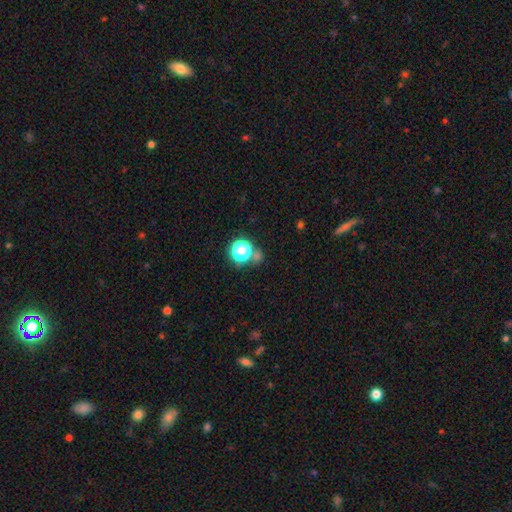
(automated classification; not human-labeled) smooth-or-featured: smooth: 51% | star or artifact: 42% | featured or disk: 8%
  how-rounded: round: 86% | in between: 13% | cigar-shaped: 2%
  merging: none: 68% | merger: 18% | minor disturbance: 9% | major disturbance: 5%